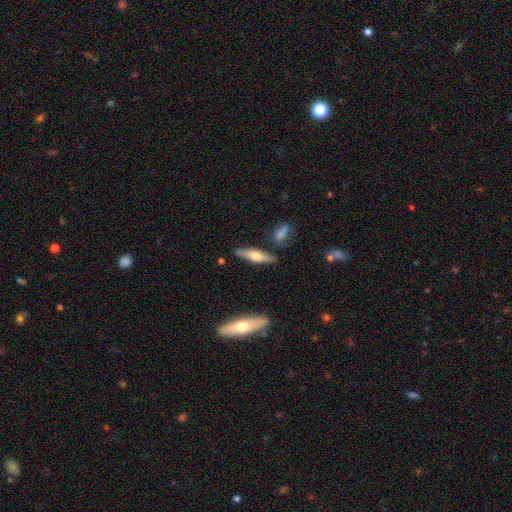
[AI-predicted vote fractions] smooth-or-featured: smooth: 50% | featured or disk: 44% | star or artifact: 6%
  merging: none: 82% | minor disturbance: 11% | merger: 4% | major disturbance: 3%